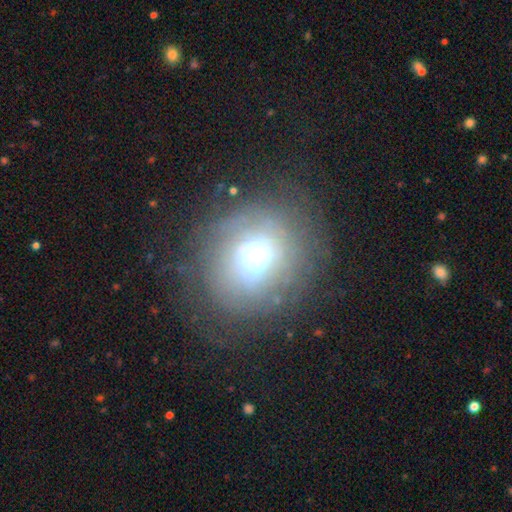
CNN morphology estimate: type=smooth (48%); merging=none (69%).